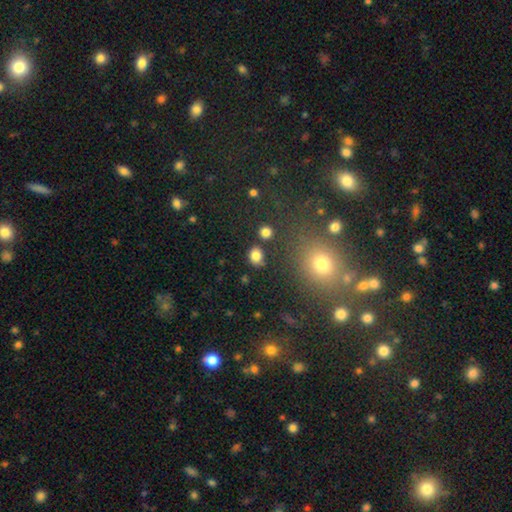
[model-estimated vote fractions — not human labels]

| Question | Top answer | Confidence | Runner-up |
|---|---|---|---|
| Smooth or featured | smooth | 83% | star or artifact (12%) |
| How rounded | round | 57% | in between (42%) |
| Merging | none | 81% | minor disturbance (10%) |